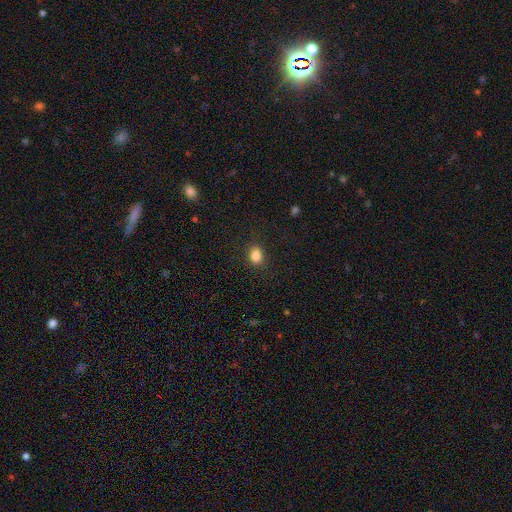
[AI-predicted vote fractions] This is clearly a smooth galaxy (85%). How rounded: likely in between (64%). Merging: clearly none (83%).